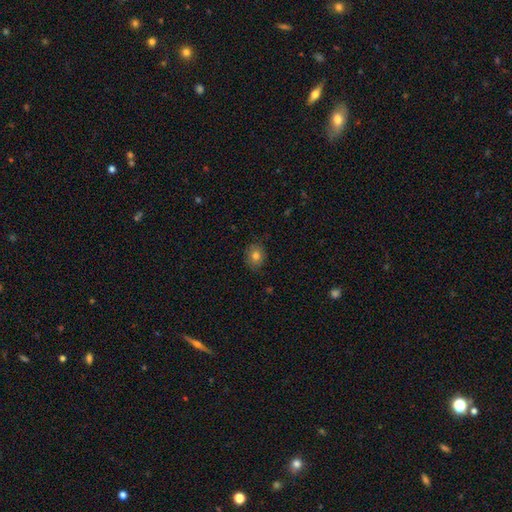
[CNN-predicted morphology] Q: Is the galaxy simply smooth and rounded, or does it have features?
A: smooth — 80%.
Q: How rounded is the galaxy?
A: round — 62%.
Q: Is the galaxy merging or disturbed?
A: none — 84%.